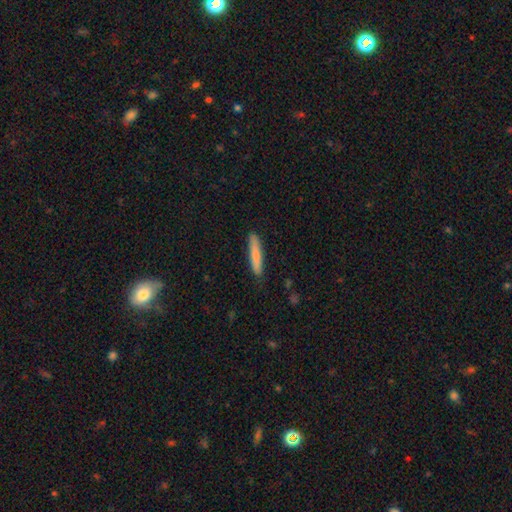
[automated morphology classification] Smooth or featured? Predicted: smooth (p=0.76). How rounded? Predicted: cigar-shaped (p=0.90). Merging? Predicted: none (p=0.88).